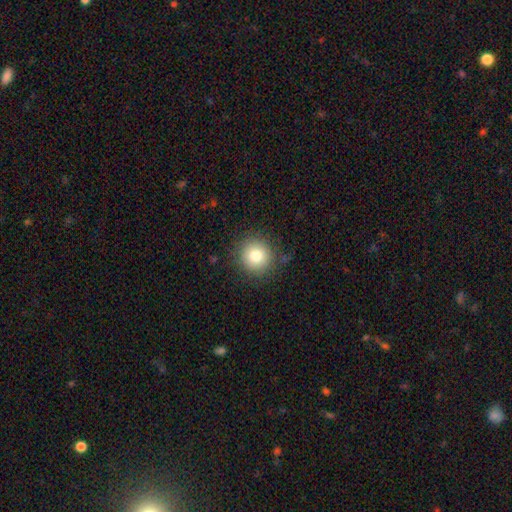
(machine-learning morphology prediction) smooth-or-featured: smooth: 81% | star or artifact: 10% | featured or disk: 9%
  how-rounded: round: 92% | in between: 7% | cigar-shaped: 1%
  merging: none: 85% | minor disturbance: 11% | major disturbance: 4% | merger: 1%